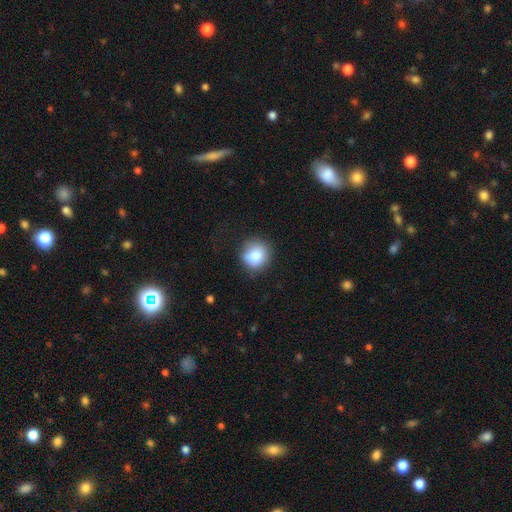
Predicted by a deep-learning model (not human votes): Smooth or featured: smooth — 79% (featured or disk — 11%)
How rounded: round — 90% (in between — 9%)
Merging: none — 77% (minor disturbance — 16%)